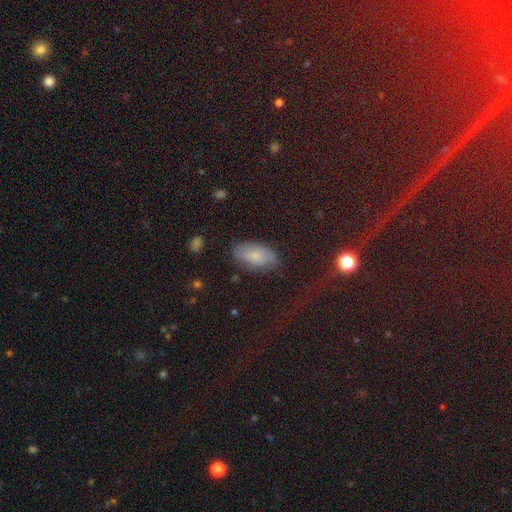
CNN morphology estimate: A smooth galaxy with no disk features (69%) that is in between round and cigar-shaped (93%). Merging: none (76%).